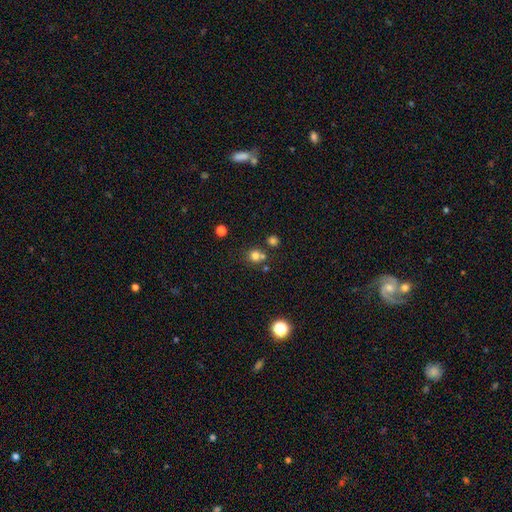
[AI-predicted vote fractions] This appears to be a smooth galaxy with no disk features (76%) that is round (89%). Merging: none (63%).